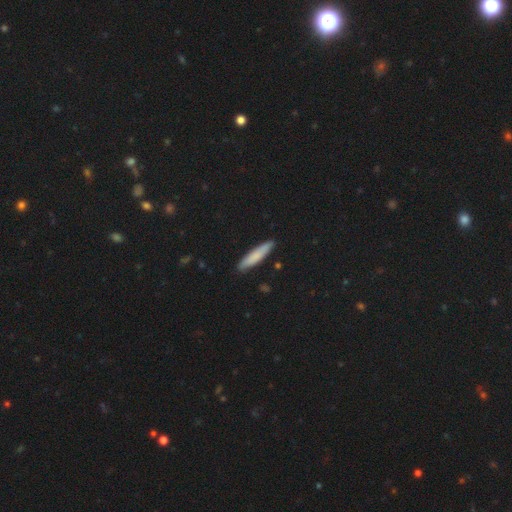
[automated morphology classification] Overall: smooth (79%). How rounded: cigar-shaped (86%). Merging: none (87%).